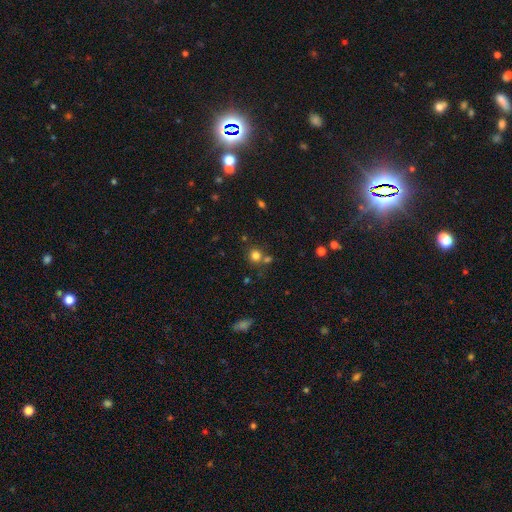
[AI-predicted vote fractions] This is likely a smooth galaxy (77%). How rounded: clearly round (90%). Merging: likely none (67%).